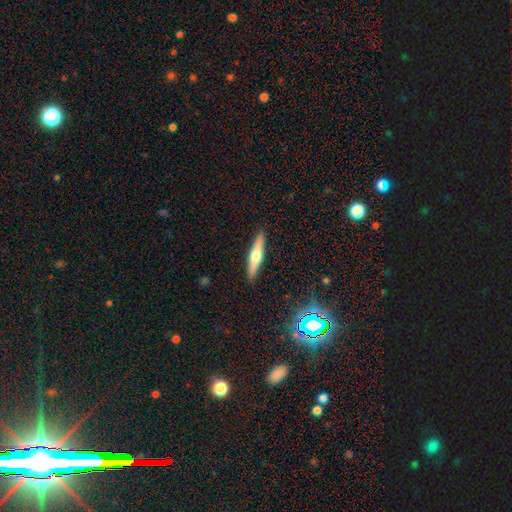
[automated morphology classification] A featured or disk galaxy (55%) viewed edge-on (95%) with a rounded central bulge (91%). Merging: none (91%).